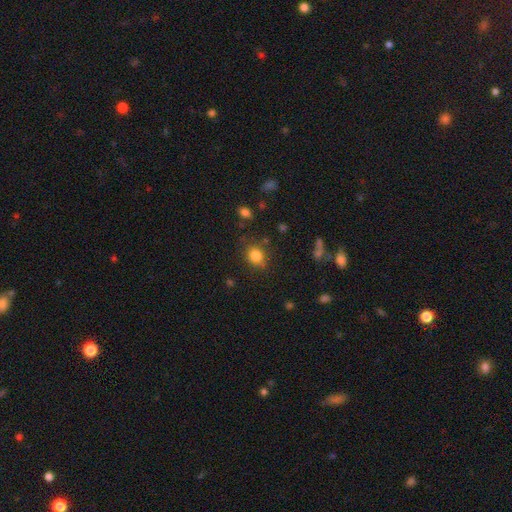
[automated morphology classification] Smooth or featured?
  - smooth: 82% *
  - star or artifact: 12%
  - featured or disk: 6%
How rounded?
  - round: 67% *
  - in between: 32%
  - cigar-shaped: 1%
Merging?
  - none: 77% *
  - minor disturbance: 15%
  - major disturbance: 4%
  - merger: 3%